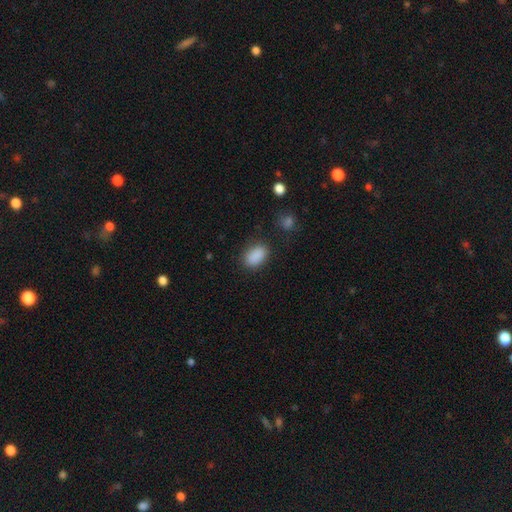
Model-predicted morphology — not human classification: Overall: smooth (88%). How rounded: in between (88%). Merging: none (82%).